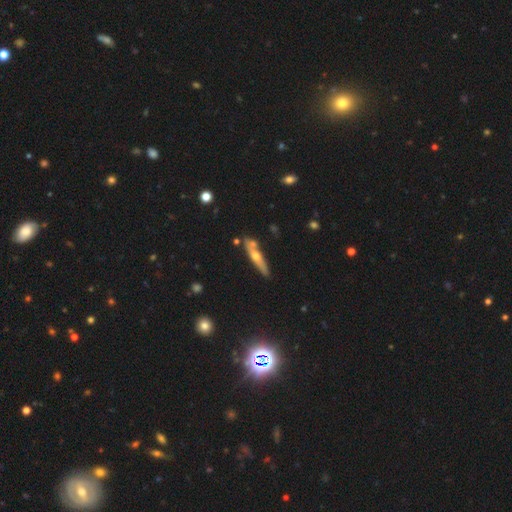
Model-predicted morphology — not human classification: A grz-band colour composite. It shows a featured or disk galaxy (52%) viewed edge-on (88%). Merging: none (74%).